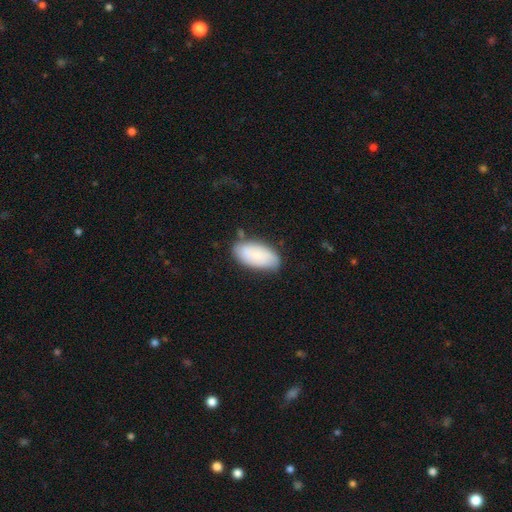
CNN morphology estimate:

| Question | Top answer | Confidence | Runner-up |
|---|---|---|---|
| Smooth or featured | smooth | 73% | featured or disk (20%) |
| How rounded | in between | 94% | cigar-shaped (4%) |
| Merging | none | 71% | minor disturbance (21%) |